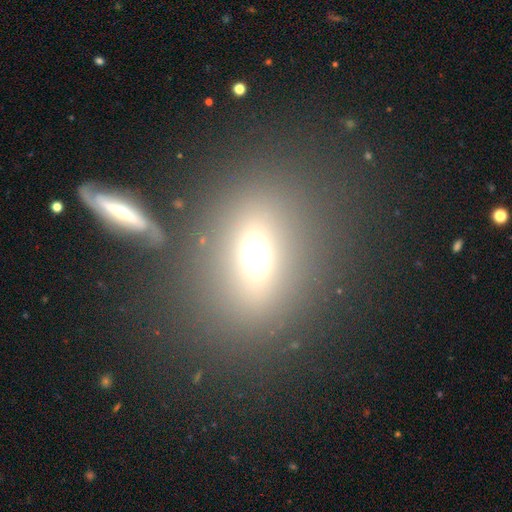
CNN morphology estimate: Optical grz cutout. It shows a smooth galaxy with no disk features (56%) that is in between round and cigar-shaped (51%). Merging: none (73%).